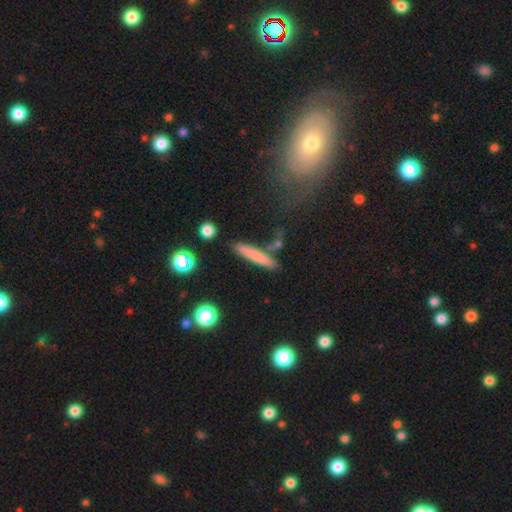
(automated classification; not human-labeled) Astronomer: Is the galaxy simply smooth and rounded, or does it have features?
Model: smooth — 74%.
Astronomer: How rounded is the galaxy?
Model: cigar-shaped — 92%.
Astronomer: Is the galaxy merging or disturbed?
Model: none — 81%.